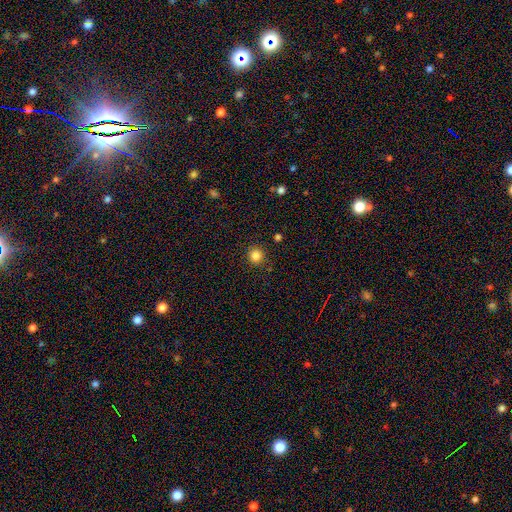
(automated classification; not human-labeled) Smooth or featured? Predicted: smooth (p=0.84). How rounded? Predicted: round (p=0.93). Merging? Predicted: none (p=0.90).